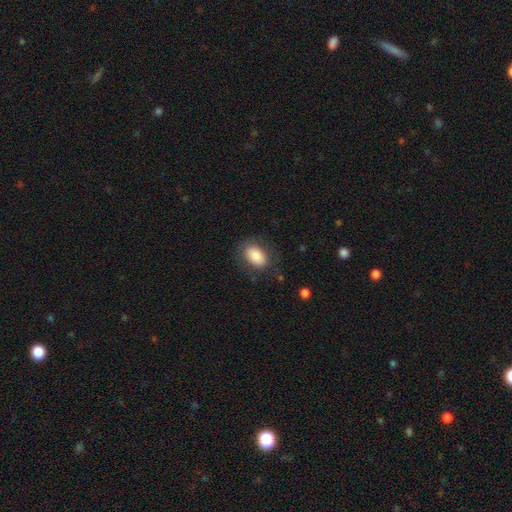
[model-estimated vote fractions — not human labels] Smooth or featured?
  - smooth: 82% *
  - featured or disk: 11%
  - star or artifact: 7%
How rounded?
  - in between: 87% *
  - round: 12%
  - cigar-shaped: 1%
Merging?
  - none: 78% *
  - minor disturbance: 14%
  - major disturbance: 6%
  - merger: 1%